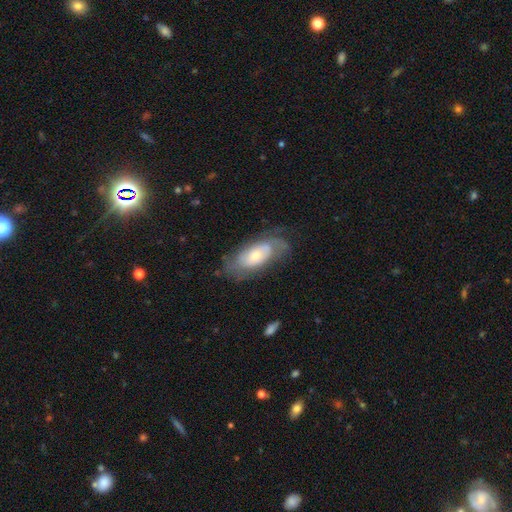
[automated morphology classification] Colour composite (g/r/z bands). It shows a featured or disk galaxy (55%). Merging: none (59%).